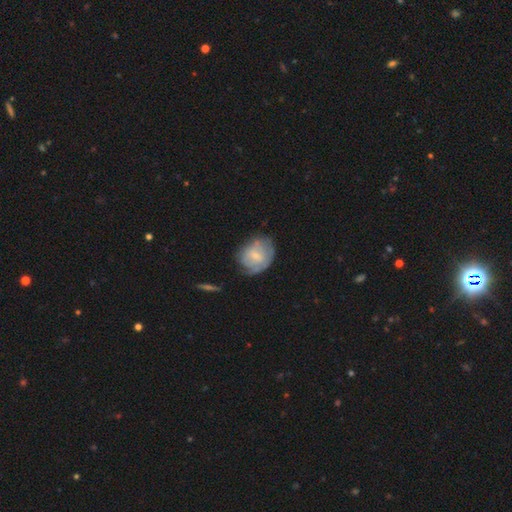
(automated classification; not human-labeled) Smooth or featured? Predicted: smooth (p=0.47). Merging? Predicted: none (p=0.55).